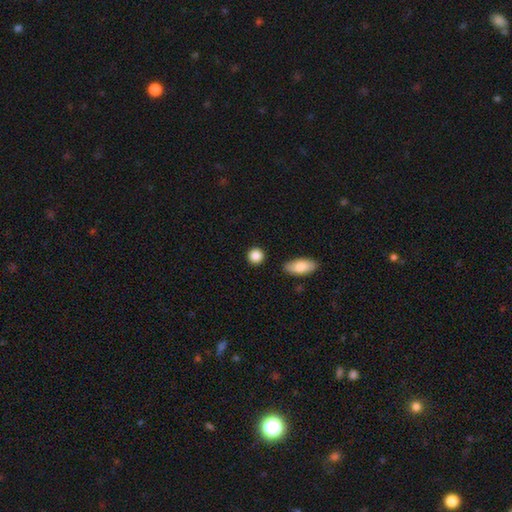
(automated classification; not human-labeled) Smooth or featured? smooth (88%)
How rounded? round (89%)
Merging? none (87%)